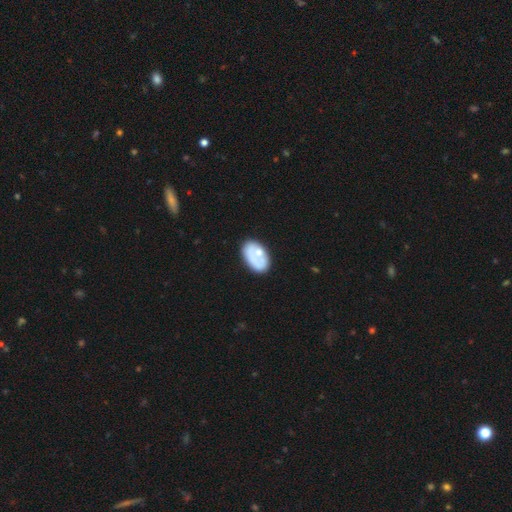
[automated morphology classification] Smooth or featured? Predicted: smooth (p=0.56). How rounded? Predicted: in between (p=0.91). Merging? Predicted: none (p=0.55).